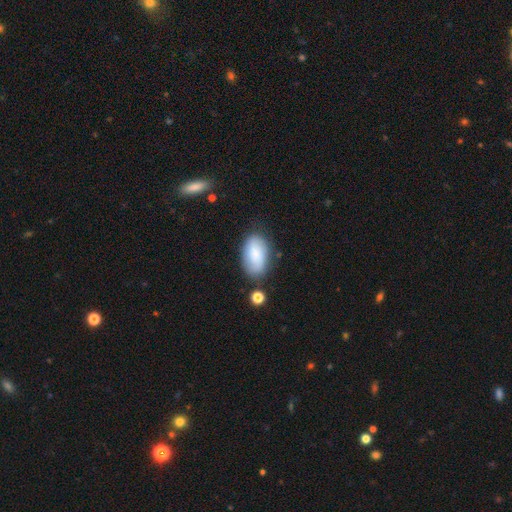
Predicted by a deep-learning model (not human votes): Smooth or featured?
  - smooth: 78% *
  - featured or disk: 15%
  - star or artifact: 7%
How rounded?
  - in between: 93% *
  - round: 5%
  - cigar-shaped: 2%
Merging?
  - none: 71% *
  - minor disturbance: 19%
  - major disturbance: 6%
  - merger: 5%